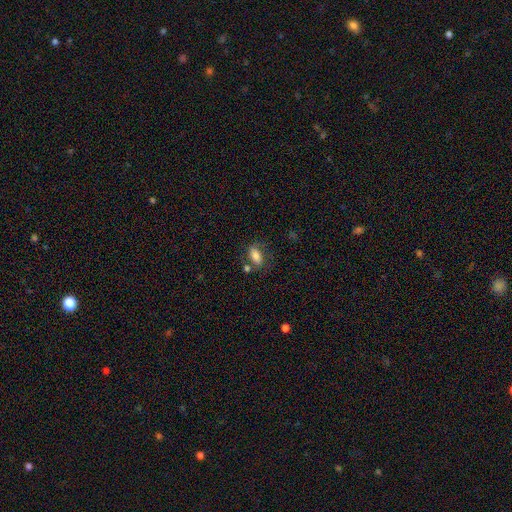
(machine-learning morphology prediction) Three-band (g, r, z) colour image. It shows a smooth galaxy with no disk features (77%) that is in between round and cigar-shaped (87%). Merging: none (58%).